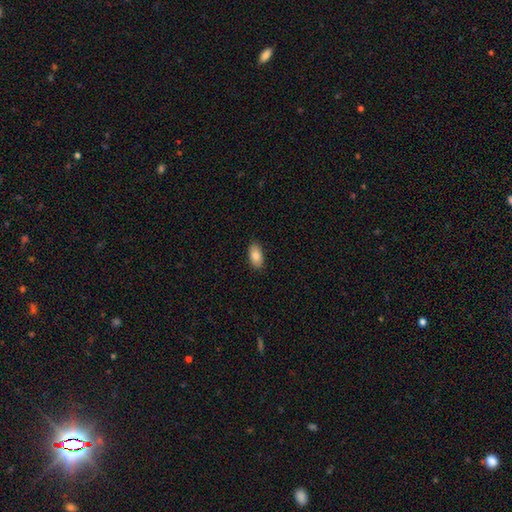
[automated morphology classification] Smooth or featured: smooth — 85% (featured or disk — 8%)
How rounded: in between — 93% (cigar-shaped — 4%)
Merging: none — 88% (minor disturbance — 9%)